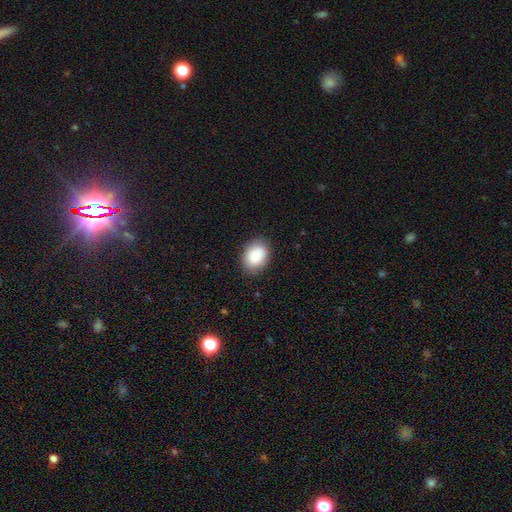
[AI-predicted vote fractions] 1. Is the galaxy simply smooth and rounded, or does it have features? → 86% smooth, 7% star or artifact, 7% featured or disk.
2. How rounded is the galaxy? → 67% in between, 32% round, 1% cigar-shaped.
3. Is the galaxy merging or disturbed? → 86% none, 11% minor disturbance, 2% major disturbance, 1% merger.